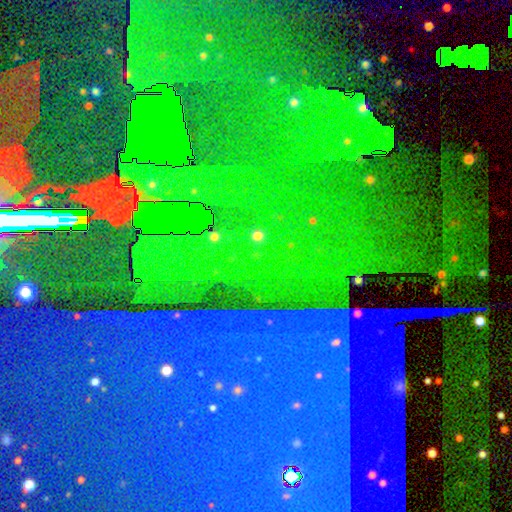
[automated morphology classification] Smooth or featured? star or artifact (85%)